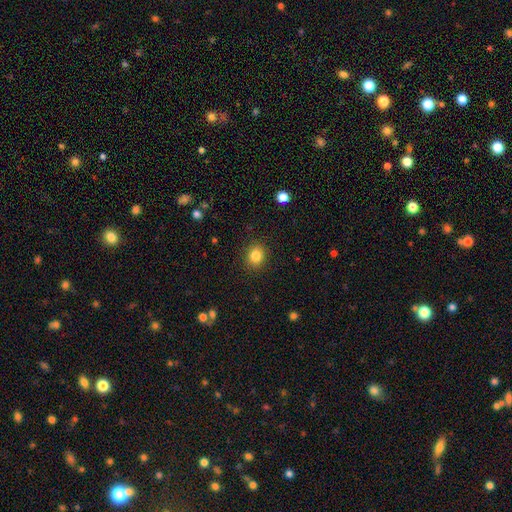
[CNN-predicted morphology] The model was most divided on "how rounded": round: 71%, in between: 28%, cigar-shaped: 1%. More confident: merging — none (89%); smooth or featured — smooth (84%).